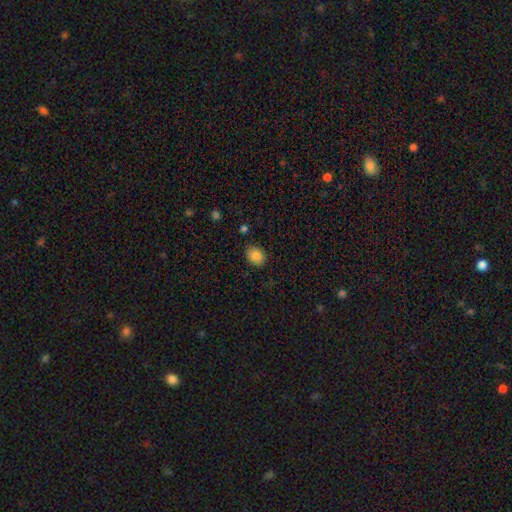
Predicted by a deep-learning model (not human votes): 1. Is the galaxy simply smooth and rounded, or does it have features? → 84% smooth, 9% star or artifact, 6% featured or disk.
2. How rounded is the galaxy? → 60% in between, 39% round, 1% cigar-shaped.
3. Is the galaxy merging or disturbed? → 83% none, 13% minor disturbance, 2% major disturbance, 2% merger.